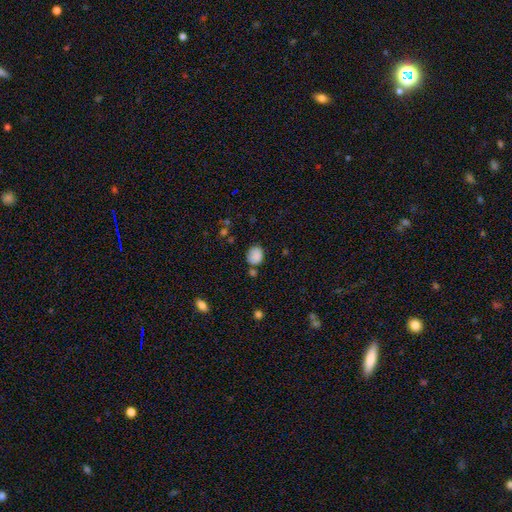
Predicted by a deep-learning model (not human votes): A smooth galaxy with no disk features (86%) that is round (59%). Merging: none (70%).